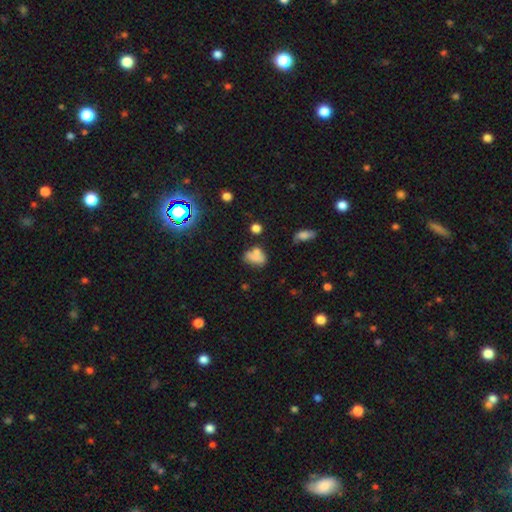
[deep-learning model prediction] Q: Smooth or featured?
A: smooth (65%); runner-up: featured or disk (19%)
Q: How rounded?
A: in between (75%); runner-up: round (22%)
Q: Merging?
A: none (38%); runner-up: merger (28%)